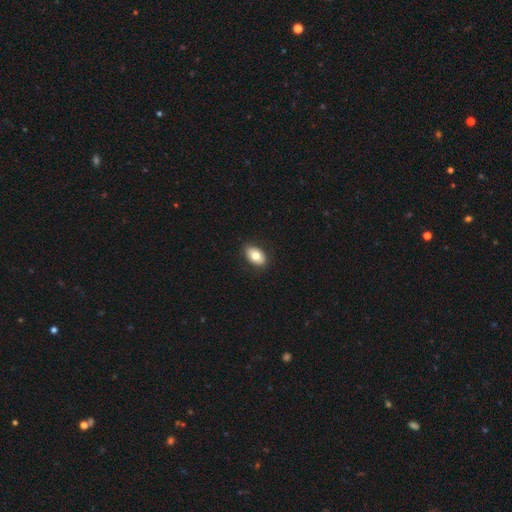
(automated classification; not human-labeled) A smooth galaxy with no disk features (77%) that is in between round and cigar-shaped (91%). Merging: none (88%).